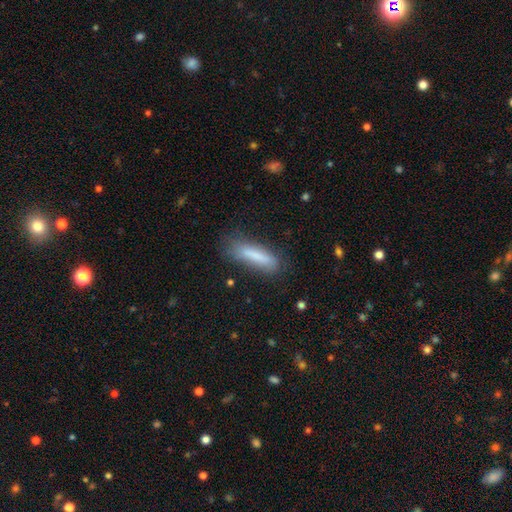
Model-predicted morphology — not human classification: This is likely a smooth galaxy (76%). How rounded: likely cigar-shaped (73%). Merging: likely none (68%).